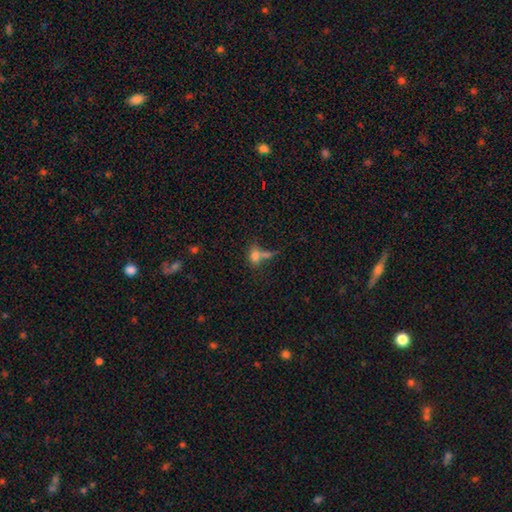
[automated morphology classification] A smooth galaxy with no disk features (70%) that is in between round and cigar-shaped (58%).

Vote fractions:
- Smooth or featured? smooth: 70% / star or artifact: 15% / featured or disk: 15%
- How rounded? in between: 58% / round: 37% / cigar-shaped: 5%
- Merging? merger: 43% / none: 34% / minor disturbance: 12% / major disturbance: 11%